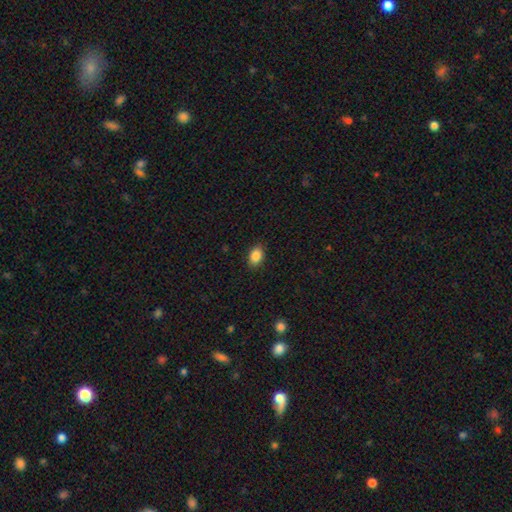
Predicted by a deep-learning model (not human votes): This appears to be a smooth galaxy with no disk features (88%) that is in between round and cigar-shaped (83%). Merging: none (88%).